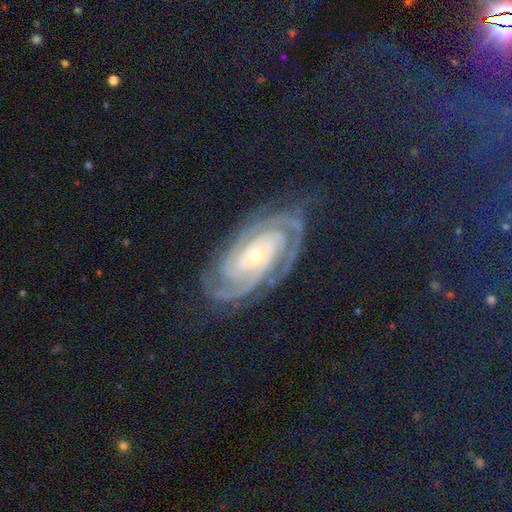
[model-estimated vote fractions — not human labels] Morphology: type=featured or disk (81%); edge-on=no (96%); bar=no (71%); spiral arms=yes (98%); winding=tight (83%); arm count=2 (60%); bulge=small (63%); merging=none (81%).